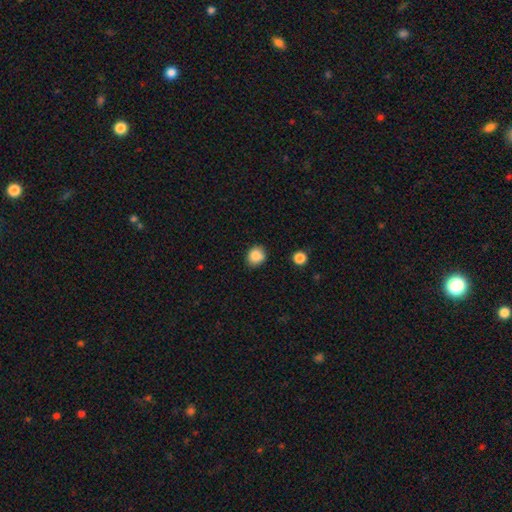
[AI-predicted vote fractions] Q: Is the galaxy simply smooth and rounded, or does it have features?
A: smooth — 85%.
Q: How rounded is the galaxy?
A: round — 75%.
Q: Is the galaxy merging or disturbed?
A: none — 83%.